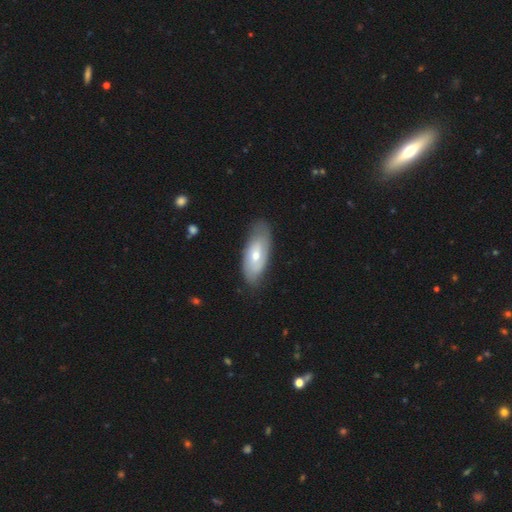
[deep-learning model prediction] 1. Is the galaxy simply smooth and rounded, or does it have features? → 50% smooth, 44% featured or disk, 6% star or artifact.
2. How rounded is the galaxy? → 87% in between, 10% cigar-shaped, 3% round.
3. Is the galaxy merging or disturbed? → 74% none, 20% minor disturbance, 5% major disturbance, 1% merger.